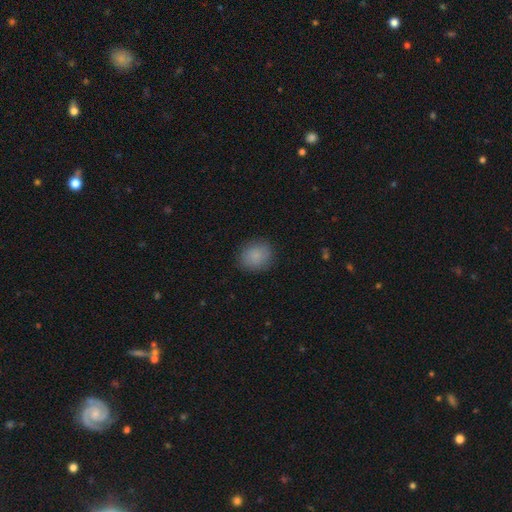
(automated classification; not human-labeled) Morphology: type=smooth (86%); roundness=round (68%); merging=none (86%).